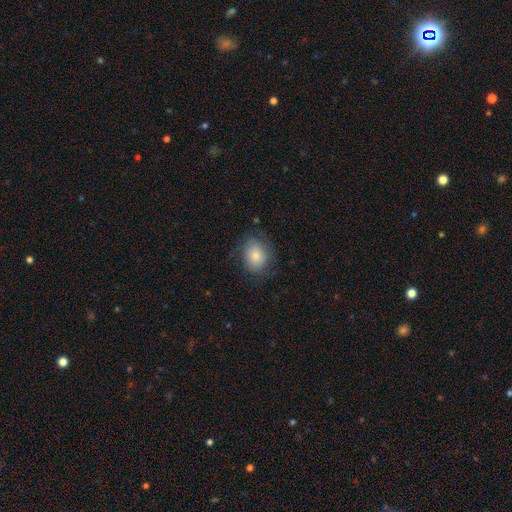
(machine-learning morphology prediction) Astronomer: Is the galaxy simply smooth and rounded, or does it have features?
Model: smooth — 79%.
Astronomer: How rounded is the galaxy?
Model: in between — 52% (runner-up: round, 47%).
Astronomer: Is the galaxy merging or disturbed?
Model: none — 71%.